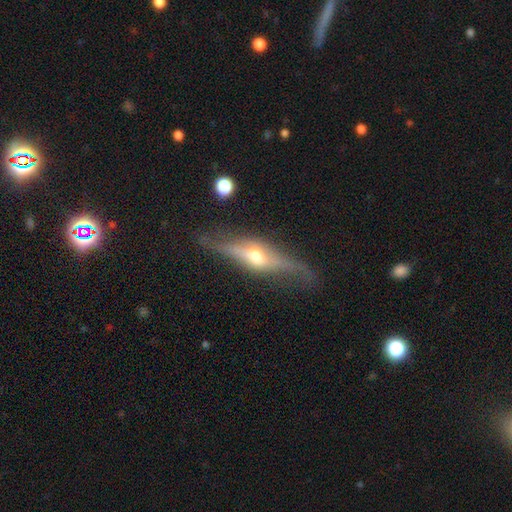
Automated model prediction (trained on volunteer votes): smooth-or-featured: featured or disk: 75% | smooth: 18% | star or artifact: 6%
  disk-edge-on: yes: 85% | no: 15%
    edge-on-bulge: rounded: 91% | boxy: 6% | none: 3%
  merging: none: 69% | minor disturbance: 19% | major disturbance: 9% | merger: 2%